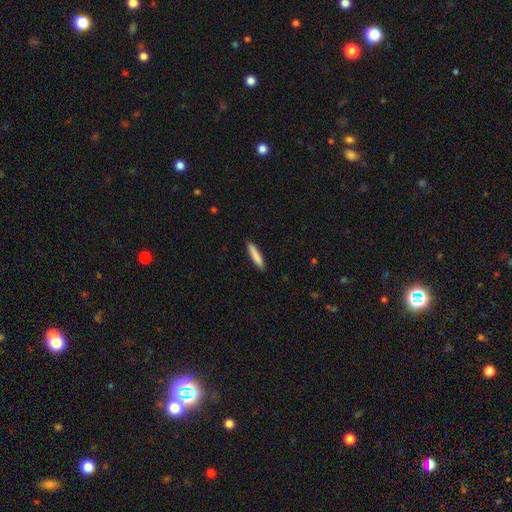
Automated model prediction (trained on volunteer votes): Smooth or featured? smooth (85%)
How rounded? cigar-shaped (88%)
Merging? none (90%)